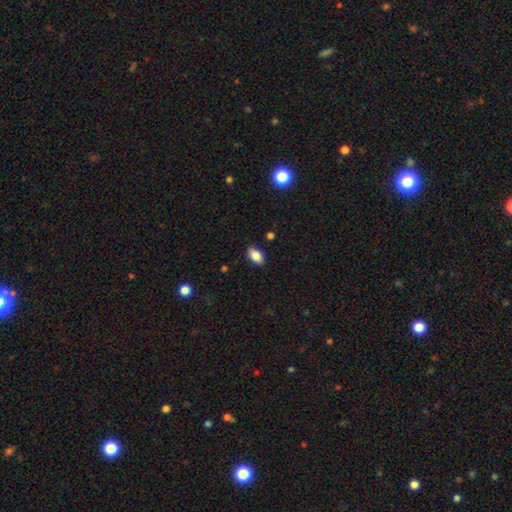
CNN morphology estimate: Smooth or featured? Predicted: smooth (p=0.84). How rounded? Predicted: in between (p=0.91). Merging? Predicted: none (p=0.87).